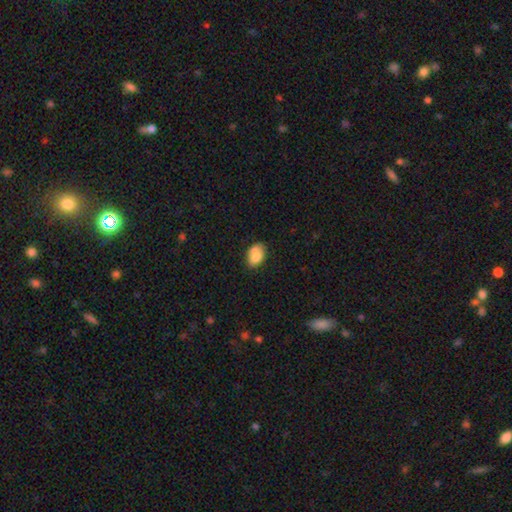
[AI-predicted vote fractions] Smooth or featured? smooth (76%)
How rounded? in between (83%)
Merging? none (50%)